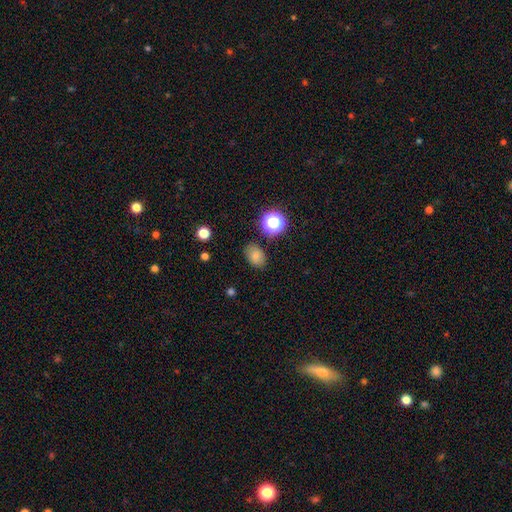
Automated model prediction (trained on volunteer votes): This appears to be a smooth galaxy with no disk features (79%) that is in between round and cigar-shaped (72%). Merging: none (82%).